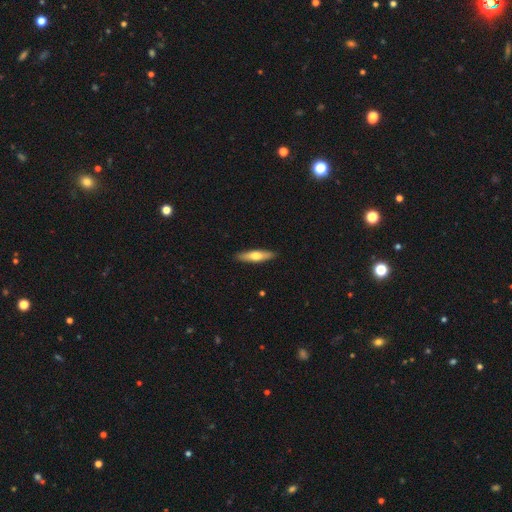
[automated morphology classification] Smooth or featured: smooth — 58% (featured or disk — 37%)
How rounded: cigar-shaped — 74% (in between — 25%)
Merging: none — 90% (minor disturbance — 7%)